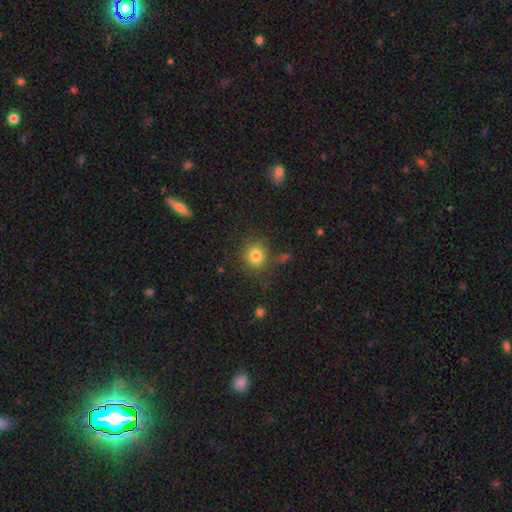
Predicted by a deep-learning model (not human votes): Overall: smooth (82%). How rounded: round (86%). Merging: none (79%).